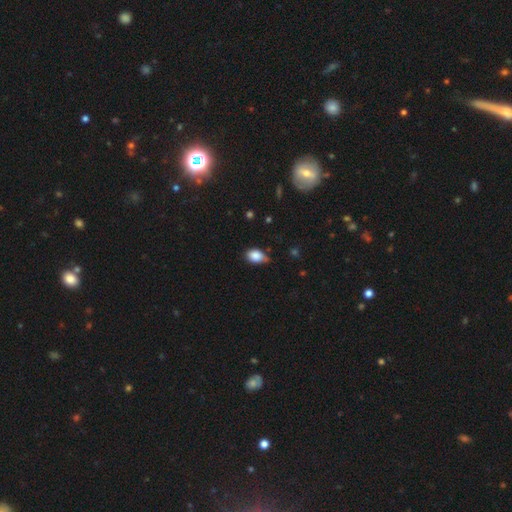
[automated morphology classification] Smooth or featured? smooth (85%)
How rounded? in between (82%)
Merging? none (53%)